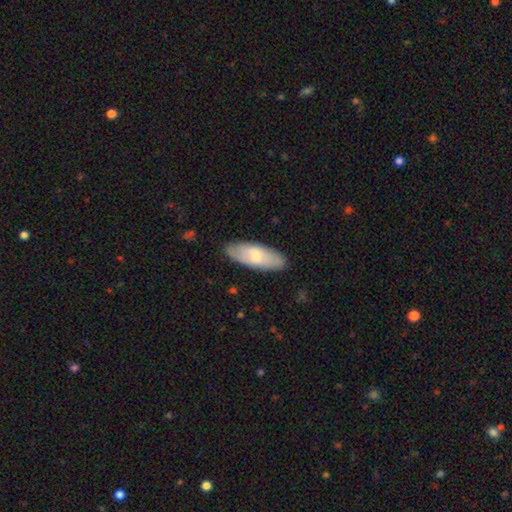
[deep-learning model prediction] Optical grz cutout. It shows a smooth galaxy with no disk features (66%) that is in between round and cigar-shaped (77%). Merging: none (84%).